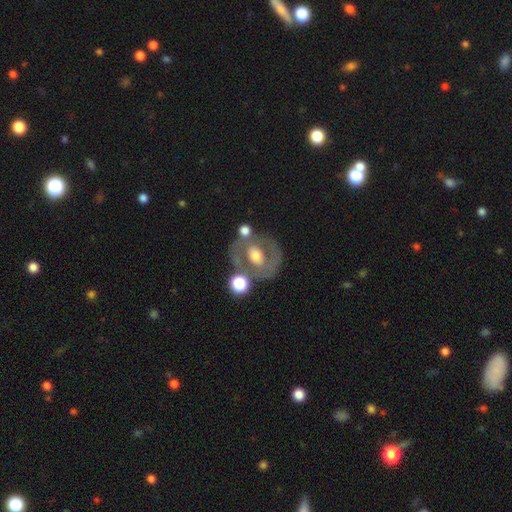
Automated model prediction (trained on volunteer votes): The model was most divided on "smooth or featured": featured or disk: 59%, smooth: 33%, star or artifact: 8%. More confident: edge-on disk — no (95%); spiral arms — no (72%); bulge size — moderate (63%); bar — no (62%); merging — none (60%).